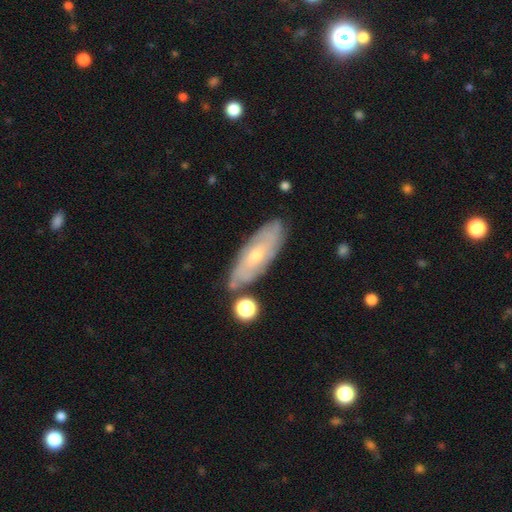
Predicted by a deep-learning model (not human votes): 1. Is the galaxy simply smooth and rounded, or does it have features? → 61% featured or disk, 32% smooth, 7% star or artifact.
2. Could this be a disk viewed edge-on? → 78% no, 22% yes.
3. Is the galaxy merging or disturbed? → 74% none, 16% minor disturbance, 6% merger, 4% major disturbance.